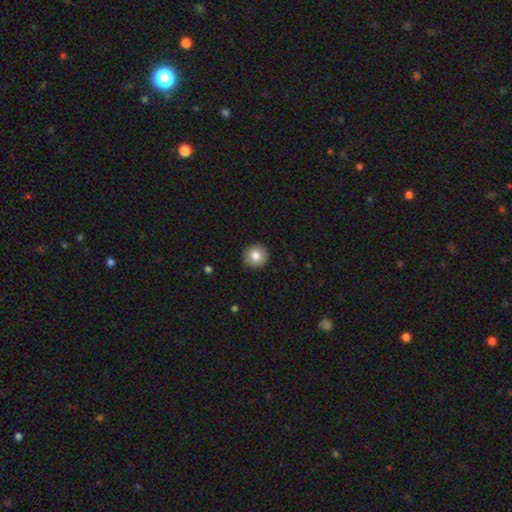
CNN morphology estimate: The model was most divided on "smooth or featured": smooth: 82%, featured or disk: 9%, star or artifact: 9%. More confident: how rounded — round (93%); merging — none (92%).